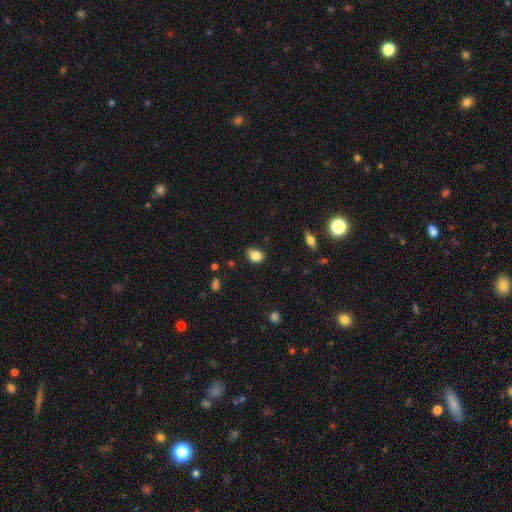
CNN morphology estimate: type=smooth (83%); roundness=in between (53%); merging=none (68%).